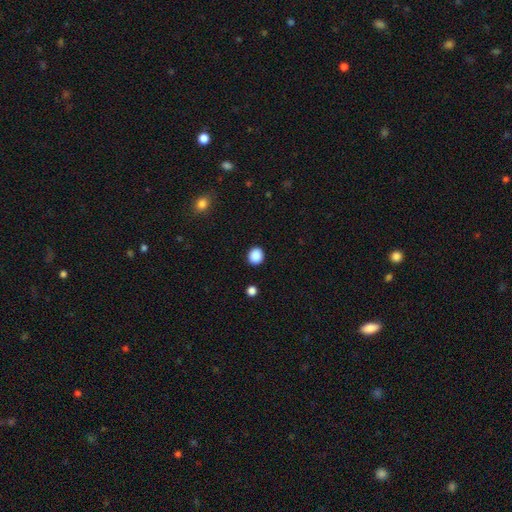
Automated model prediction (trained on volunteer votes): Smooth or featured: smooth — 88% (star or artifact — 9%)
How rounded: round — 81% (in between — 18%)
Merging: none — 91% (minor disturbance — 6%)